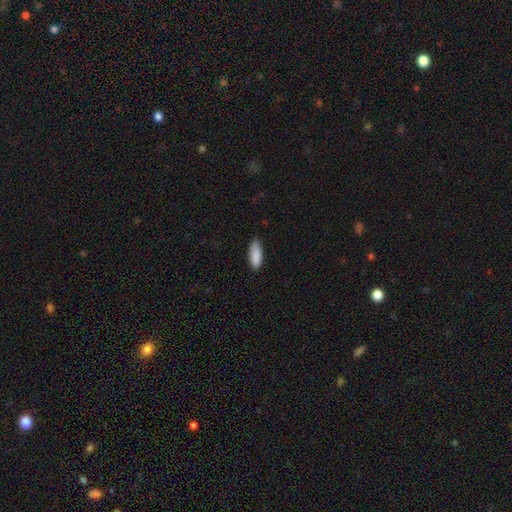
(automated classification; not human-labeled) Smooth or featured? smooth (89%)
How rounded? in between (67%)
Merging? none (77%)